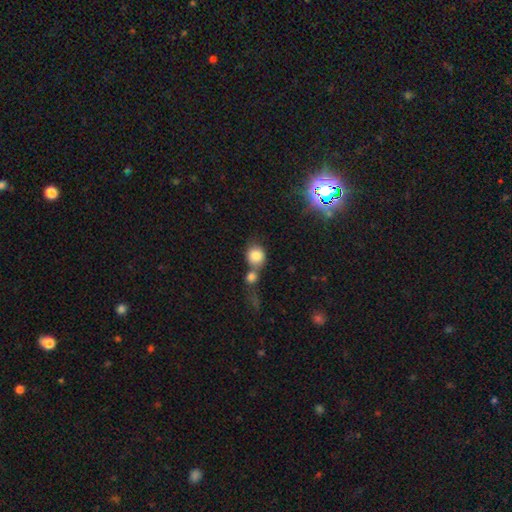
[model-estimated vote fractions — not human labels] Q: Smooth or featured?
A: smooth (82%); runner-up: star or artifact (9%)
Q: How rounded?
A: round (78%); runner-up: in between (20%)
Q: Merging?
A: merger (48%); runner-up: none (35%)